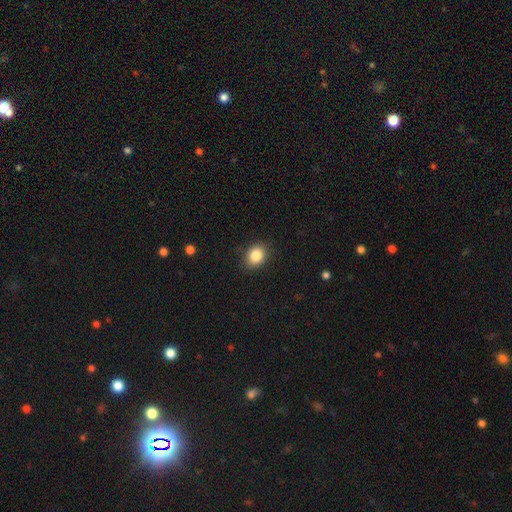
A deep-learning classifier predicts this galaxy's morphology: Smooth or featured? smooth (85%)
How rounded? in between (56%)
Merging? none (87%)